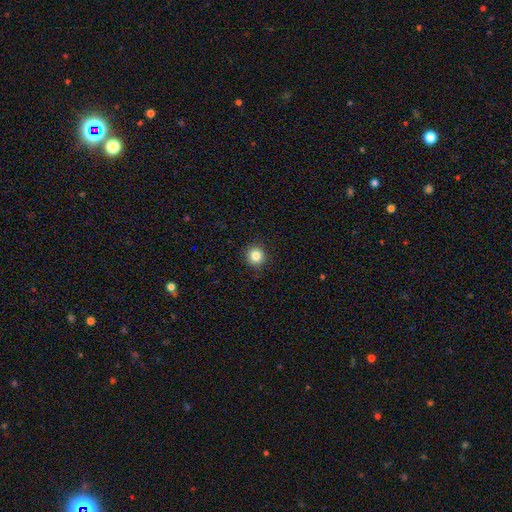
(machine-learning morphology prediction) A smooth galaxy with no disk features (84%) that is round (95%).

Vote fractions:
- Smooth or featured? smooth: 84% / star or artifact: 11% / featured or disk: 5%
- How rounded? round: 95% / in between: 4% / cigar-shaped: 1%
- Merging? none: 92% / minor disturbance: 5% / major disturbance: 2% / merger: 1%